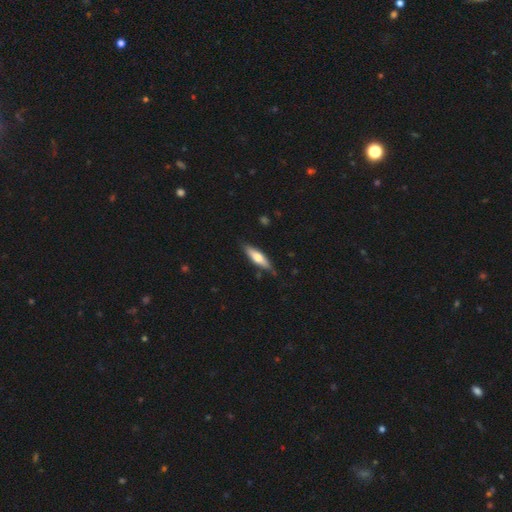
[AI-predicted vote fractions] Smooth or featured? smooth (58%)
How rounded? cigar-shaped (63%)
Merging? none (81%)